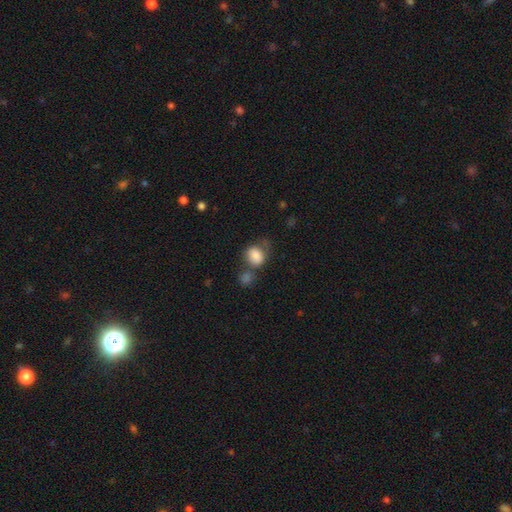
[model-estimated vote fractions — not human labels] This is clearly a smooth galaxy (82%). How rounded: possibly in between (53%). Merging: marginally none (41%).